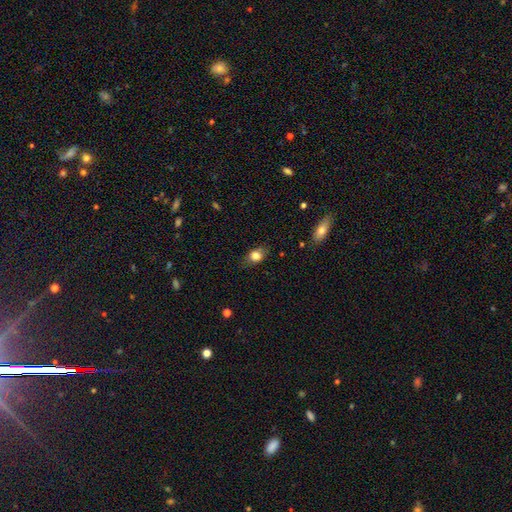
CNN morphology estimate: The model was most divided on "how rounded": in between: 65%, round: 32%, cigar-shaped: 3%. More confident: smooth or featured — smooth (78%); merging — none (76%).